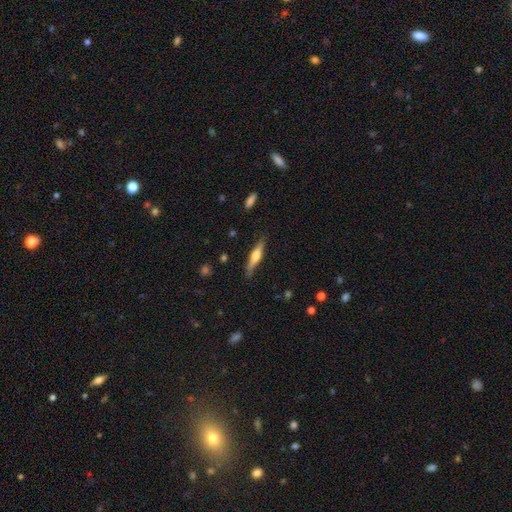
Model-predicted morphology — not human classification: This appears to be a featured or disk galaxy (51%) viewed edge-on (95%). Merging: none (84%).